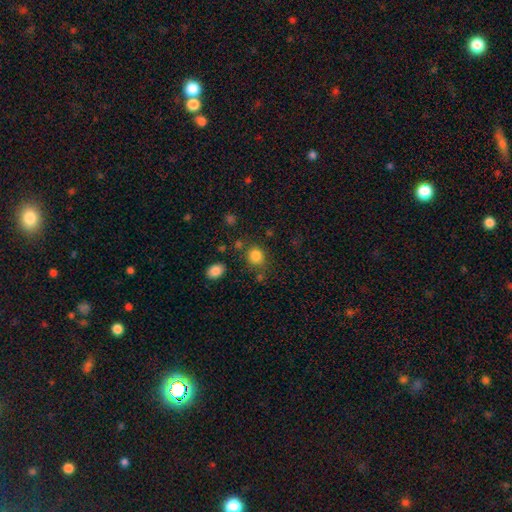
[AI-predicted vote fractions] smooth 84%, star or artifact 11%, featured or disk 5%. Down the decision tree: how rounded — round (75%); merging — none (77%).